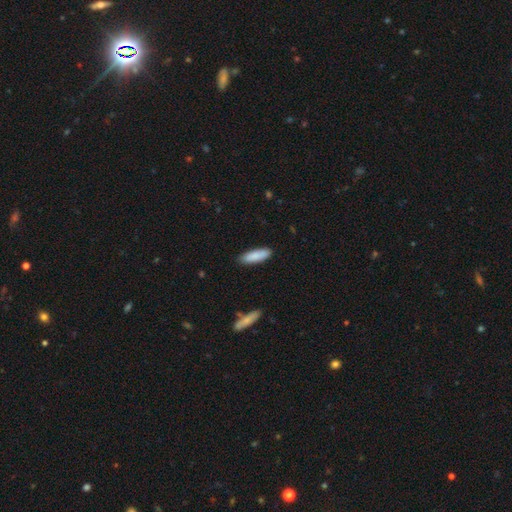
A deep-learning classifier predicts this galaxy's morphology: This appears to be a smooth galaxy with no disk features (87%) that is in between round and cigar-shaped (51%). Merging: none (87%).